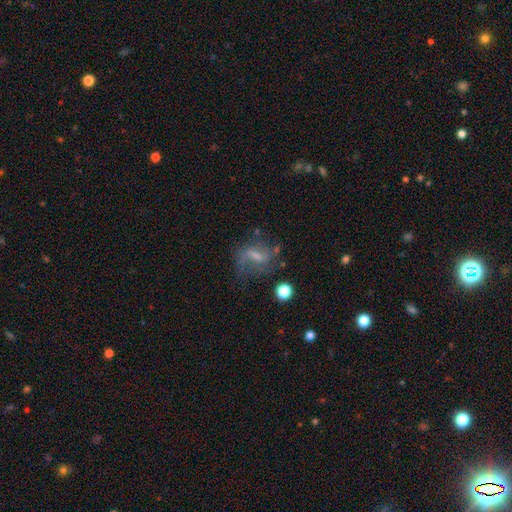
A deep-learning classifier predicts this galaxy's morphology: smooth-or-featured: featured or disk: 64% | smooth: 22% | star or artifact: 14%
  disk-edge-on: no: 94% | yes: 6%
    bar: weak: 50% | strong: 26% | no: 25%
    has-spiral-arms: yes: 81% | no: 19%
    bulge-size: small: 45% | moderate: 30% | none: 21% | large: 3% | dominant: 1%
  merging: none: 55% | minor disturbance: 21% | major disturbance: 20% | merger: 4%